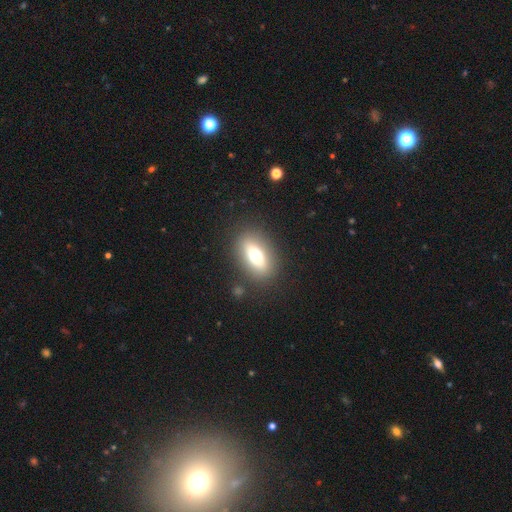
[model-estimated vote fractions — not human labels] The model was most divided on "smooth or featured": smooth: 65%, featured or disk: 24%, star or artifact: 10%. More confident: merging — none (84%); how rounded — in between (80%).